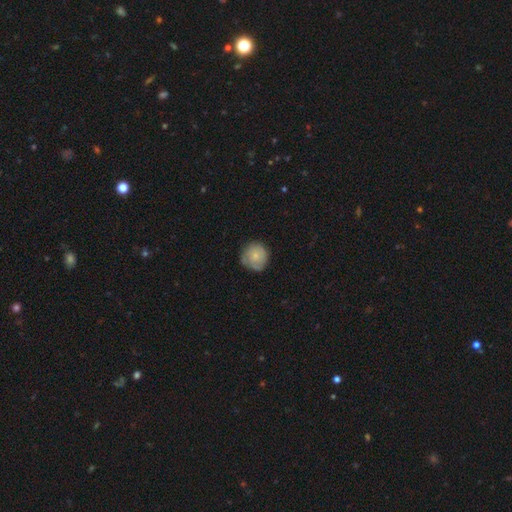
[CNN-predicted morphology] Q: Smooth or featured?
A: smooth (70%); runner-up: featured or disk (22%)
Q: How rounded?
A: round (92%); runner-up: in between (7%)
Q: Merging?
A: none (71%); runner-up: minor disturbance (23%)